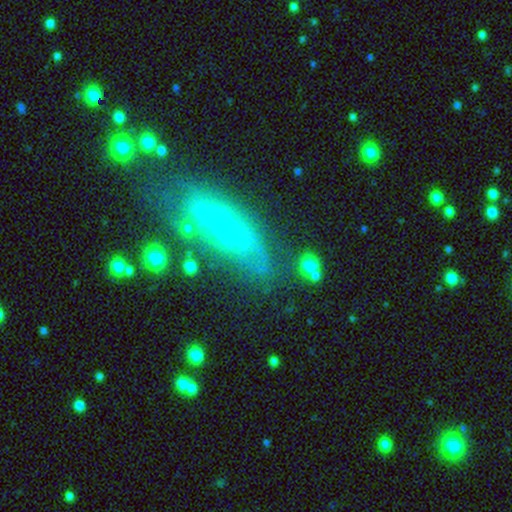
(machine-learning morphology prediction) Overall: featured or disk (52%; smooth 37%). Edge-on disk: no (62%; yes 38%). Merging: none (67%).